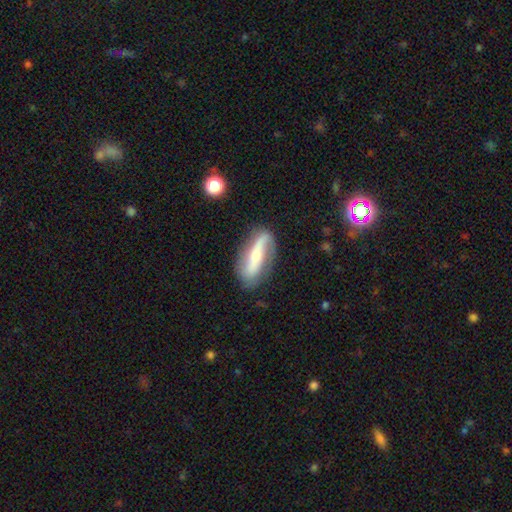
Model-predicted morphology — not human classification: featured or disk 68%, smooth 26%, star or artifact 7%. Down the decision tree: edge-on disk — no (80%); bar — strong (55%); spiral arms — yes (83%); bulge size — small (47%); merging — none (74%).